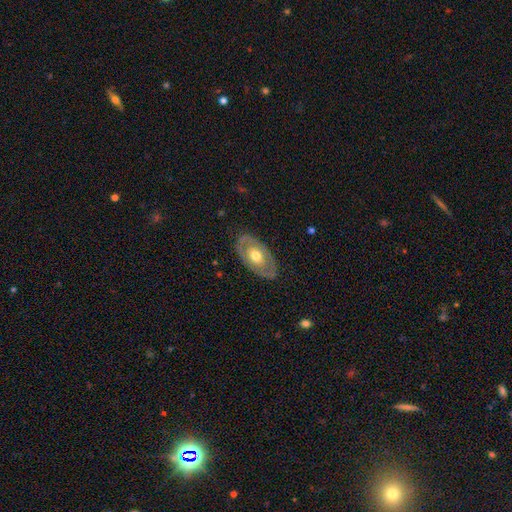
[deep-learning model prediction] This is possibly a featured or disk galaxy (57%). It is clearly not viewed edge-on (87%). Merging: clearly none (82%).